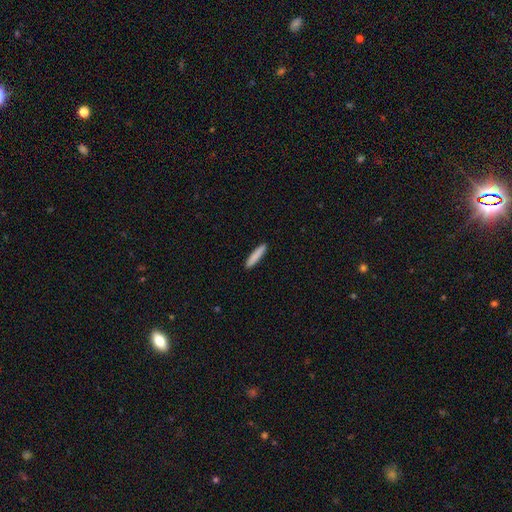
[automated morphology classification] Smooth or featured?
  - smooth: 86% *
  - featured or disk: 8%
  - star or artifact: 6%
How rounded?
  - cigar-shaped: 91% *
  - in between: 8%
  - round: 1%
Merging?
  - none: 92% *
  - minor disturbance: 6%
  - major disturbance: 1%
  - merger: 1%